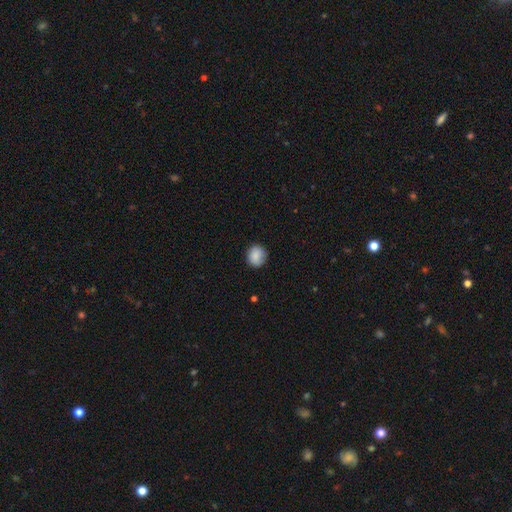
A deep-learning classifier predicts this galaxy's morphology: Overall: smooth (86%). How rounded: round (81%). Merging: none (85%).